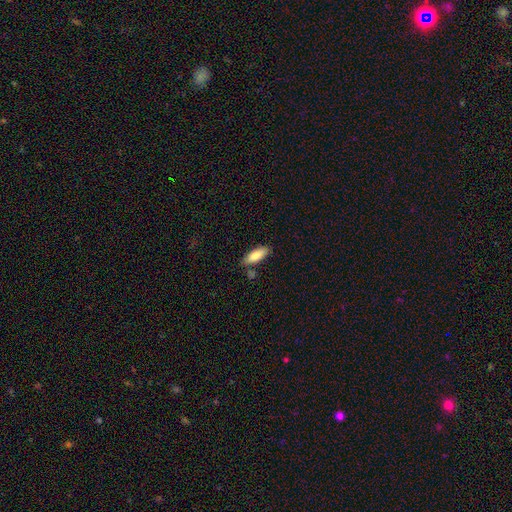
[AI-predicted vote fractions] The model was most divided on "how rounded": in between: 64%, cigar-shaped: 34%, round: 2%. More confident: smooth or featured — smooth (81%); merging — none (78%).